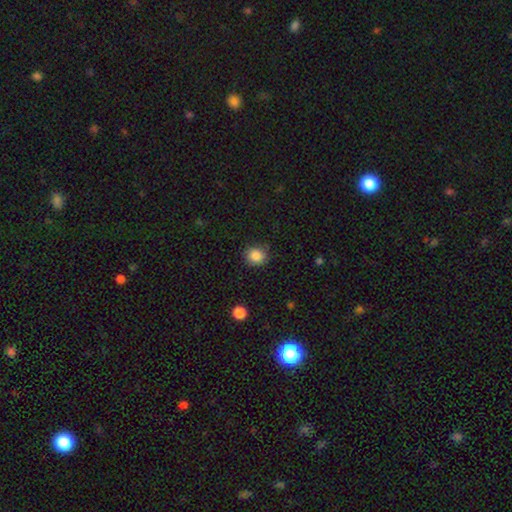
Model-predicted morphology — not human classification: smooth-or-featured: smooth: 86% | star or artifact: 10% | featured or disk: 4%
  how-rounded: round: 83% | in between: 16% | cigar-shaped: 1%
  merging: none: 82% | minor disturbance: 14% | major disturbance: 3% | merger: 1%